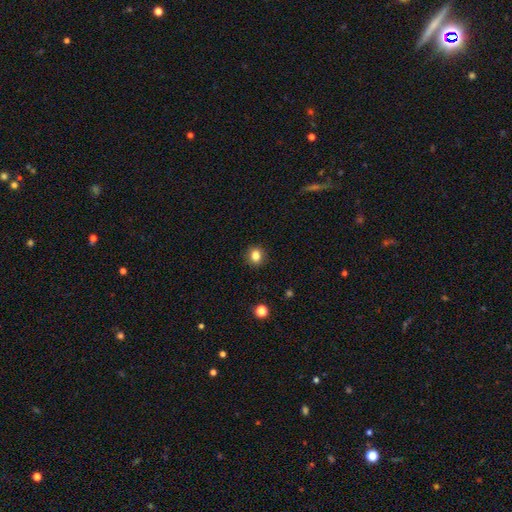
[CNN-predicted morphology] type=smooth (82%); roundness=round (83%); merging=none (91%).